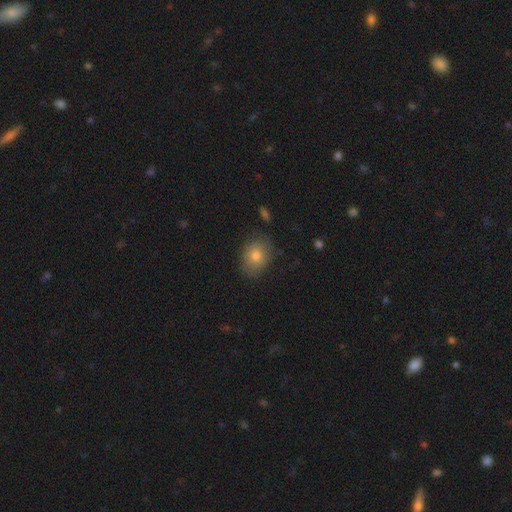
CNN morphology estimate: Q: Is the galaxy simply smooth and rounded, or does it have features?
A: smooth — 78%.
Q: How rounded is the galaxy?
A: in between — 54%.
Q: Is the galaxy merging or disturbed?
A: none — 79%.